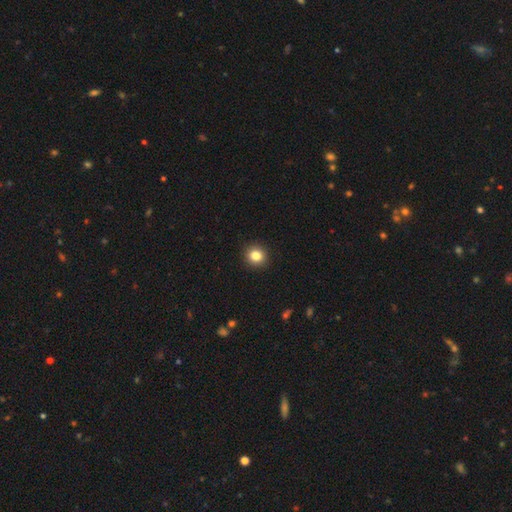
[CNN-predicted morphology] smooth-or-featured: smooth: 83% | star or artifact: 11% | featured or disk: 6%
  how-rounded: round: 87% | in between: 12% | cigar-shaped: 1%
  merging: none: 92% | minor disturbance: 5% | major disturbance: 2% | merger: 1%